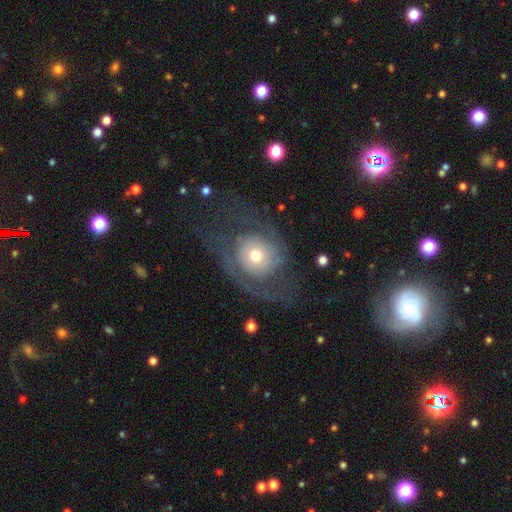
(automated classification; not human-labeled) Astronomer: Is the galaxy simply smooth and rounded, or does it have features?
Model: featured or disk — 65%.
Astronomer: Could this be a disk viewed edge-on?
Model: no — 96%.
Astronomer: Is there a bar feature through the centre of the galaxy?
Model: no — 84%.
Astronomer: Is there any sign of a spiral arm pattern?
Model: yes — 72%.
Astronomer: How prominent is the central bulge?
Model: moderate — 61%.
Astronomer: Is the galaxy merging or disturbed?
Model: none — 48% (runner-up: major disturbance, 34%).